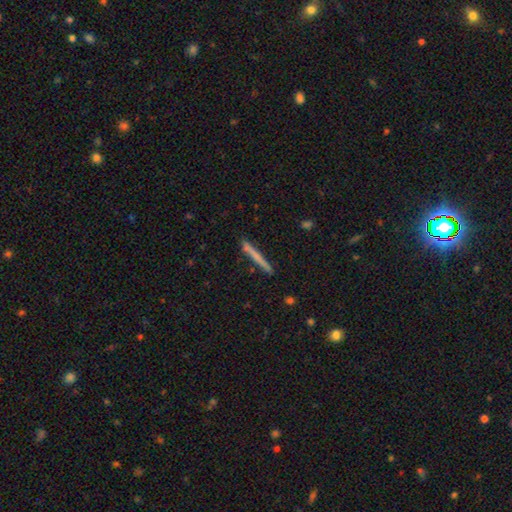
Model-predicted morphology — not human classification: This appears to be a smooth galaxy with no disk features (61%) that is cigar-shaped (97%). Merging: none (89%).